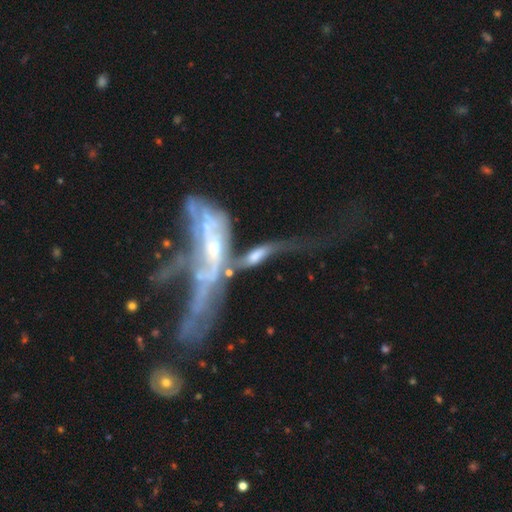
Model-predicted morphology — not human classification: This appears to be a featured or disk galaxy (62%). Merging: merger (63%).